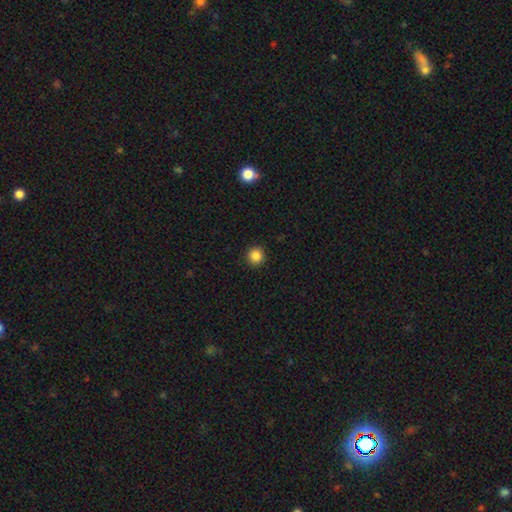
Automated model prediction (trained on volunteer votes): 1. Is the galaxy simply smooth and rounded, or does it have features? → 86% smooth, 11% star or artifact, 4% featured or disk.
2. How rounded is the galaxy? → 94% round, 5% in between, 1% cigar-shaped.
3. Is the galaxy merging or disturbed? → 92% none, 5% minor disturbance, 2% major disturbance, 1% merger.